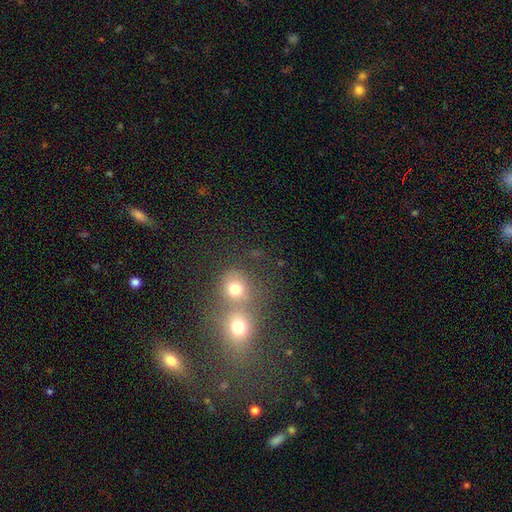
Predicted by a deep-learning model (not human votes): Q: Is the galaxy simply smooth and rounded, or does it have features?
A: smooth — 54%.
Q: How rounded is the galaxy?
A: round — 71%.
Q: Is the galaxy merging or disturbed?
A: merger — 65%.